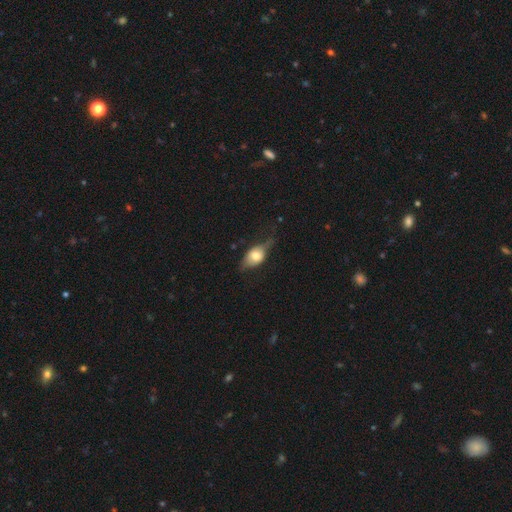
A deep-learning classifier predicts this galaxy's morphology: Smooth or featured? Predicted: smooth (p=0.55). How rounded? Predicted: in between (p=0.73). Merging? Predicted: none (p=0.50).